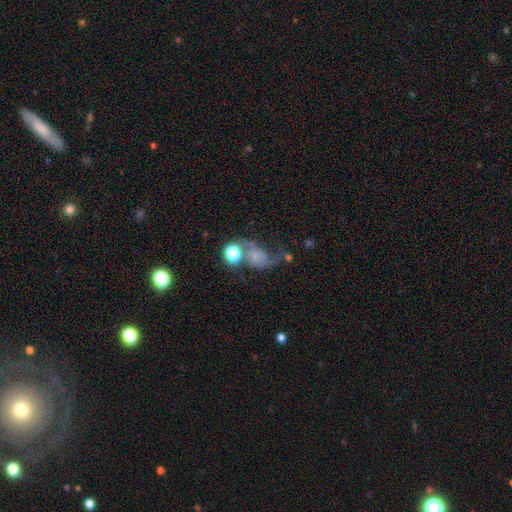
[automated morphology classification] A featured or disk galaxy (47%). Merging: none (36%).